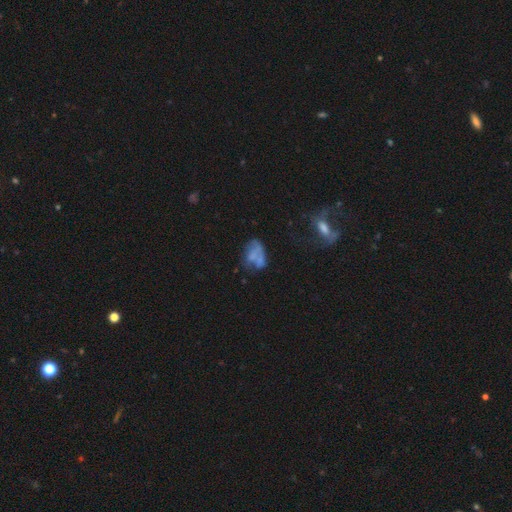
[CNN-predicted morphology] A smooth galaxy with no disk features (44%).

Vote fractions:
- Smooth or featured? smooth: 44% / featured or disk: 43% / star or artifact: 14%
- Merging? none: 32% / major disturbance: 28% / minor disturbance: 24% / merger: 15%